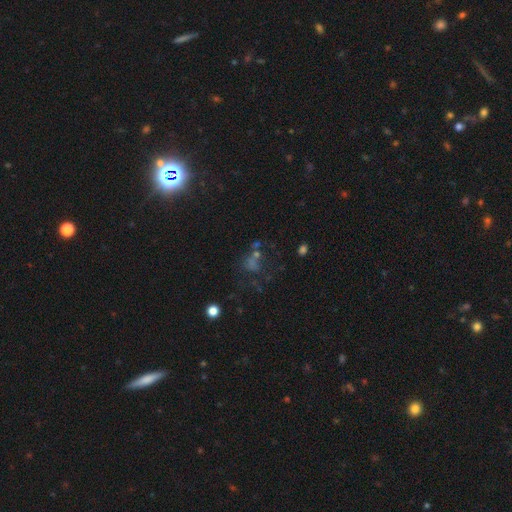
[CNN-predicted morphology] A star or artifact, not a galaxy (43%).

Vote fractions:
- Smooth or featured? star or artifact: 43% / smooth: 31% / featured or disk: 26%